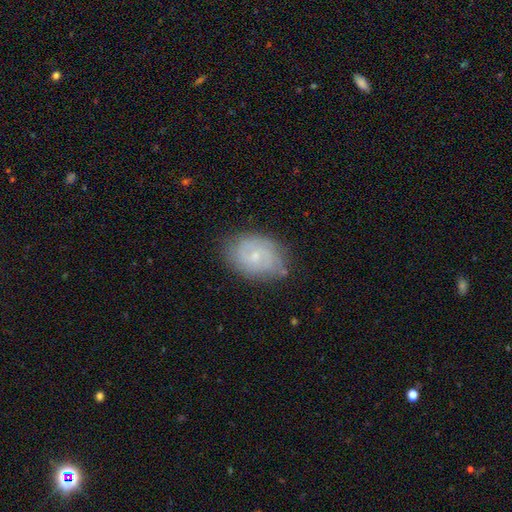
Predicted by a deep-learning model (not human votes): Smooth or featured?
  - featured or disk: 67% *
  - smooth: 26%
  - star or artifact: 8%
Edge-on disk?
  - no: 97% *
  - yes: 3%
Bar?
  - no: 57% *
  - weak: 38%
  - strong: 5%
Spiral arms?
  - yes: 89% *
  - no: 11%
Spiral winding?
  - tight: 54% *
  - medium: 36%
  - loose: 10%
Spiral arm count?
  - 2: 54% *
  - can't tell: 28%
  - 3: 9%
  - 1: 3%
  - 4: 3%
  - more than 4: 3%
Bulge size?
  - small: 69% *
  - moderate: 25%
  - none: 4%
  - large: 1%
  - dominant: 1%
Merging?
  - none: 77% *
  - minor disturbance: 17%
  - major disturbance: 4%
  - merger: 2%